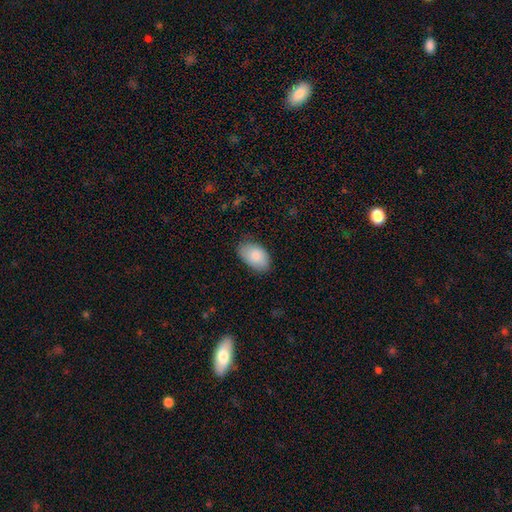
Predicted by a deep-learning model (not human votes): A smooth galaxy with no disk features (84%) that is in between round and cigar-shaped (92%).

Vote fractions:
- Smooth or featured? smooth: 84% / featured or disk: 10% / star or artifact: 6%
- How rounded? in between: 92% / round: 6% / cigar-shaped: 1%
- Merging? none: 76% / minor disturbance: 19% / major disturbance: 3% / merger: 1%